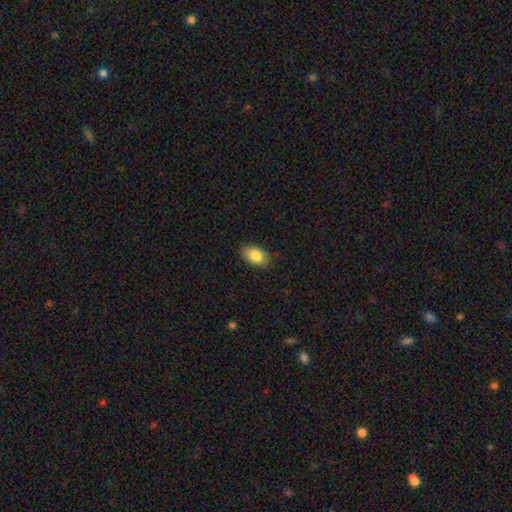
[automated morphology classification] Smooth or featured: smooth — 83% (featured or disk — 9%)
How rounded: in between — 90% (round — 9%)
Merging: none — 85% (minor disturbance — 12%)